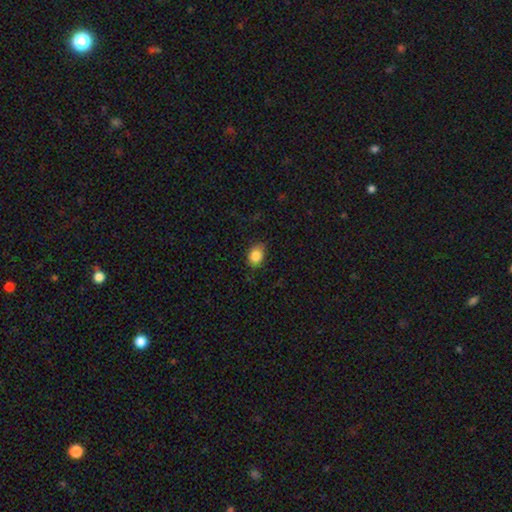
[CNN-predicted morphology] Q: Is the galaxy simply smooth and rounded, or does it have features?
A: smooth — 86%.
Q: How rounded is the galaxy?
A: in between — 62%.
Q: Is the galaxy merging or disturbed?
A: none — 75%.